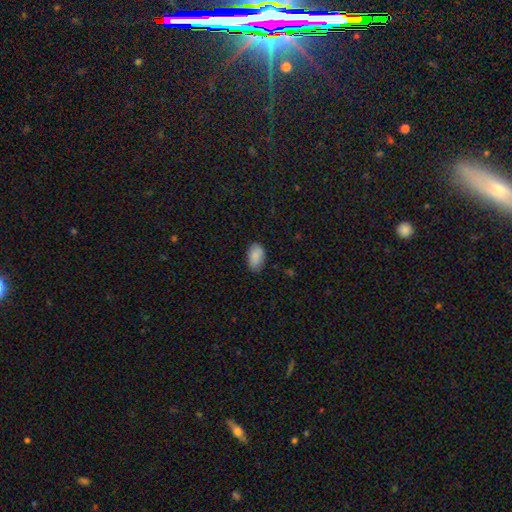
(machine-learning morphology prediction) Smooth or featured: smooth — 87% (star or artifact — 7%)
How rounded: in between — 93% (round — 6%)
Merging: none — 80% (minor disturbance — 16%)